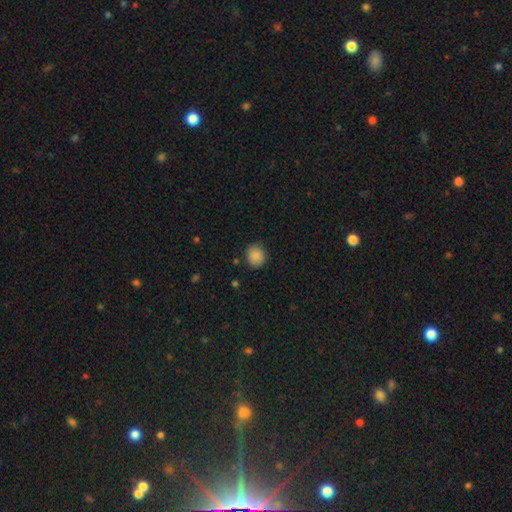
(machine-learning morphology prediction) Smooth or featured: smooth — 87% (star or artifact — 9%)
How rounded: round — 71% (in between — 28%)
Merging: none — 84% (minor disturbance — 12%)